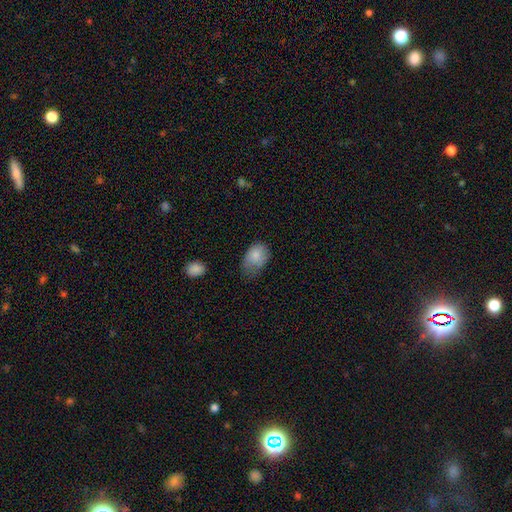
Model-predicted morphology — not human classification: This appears to be a smooth galaxy with no disk features (83%) that is in between round and cigar-shaped (82%). Merging: minor disturbance (43%).